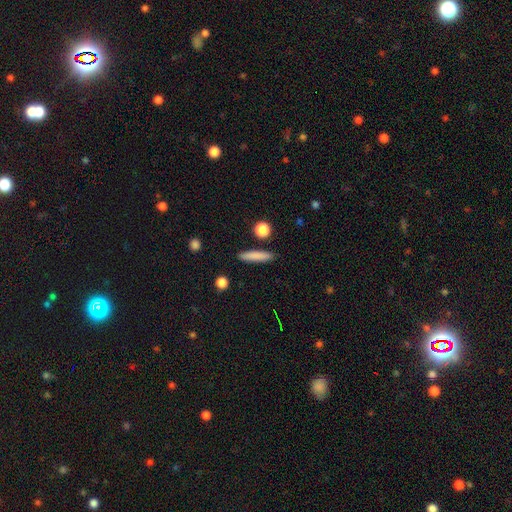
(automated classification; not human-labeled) Smooth or featured?
  - smooth: 81% *
  - featured or disk: 12%
  - star or artifact: 7%
How rounded?
  - cigar-shaped: 89% *
  - in between: 9%
  - round: 3%
Merging?
  - none: 90% *
  - minor disturbance: 7%
  - merger: 2%
  - major disturbance: 2%